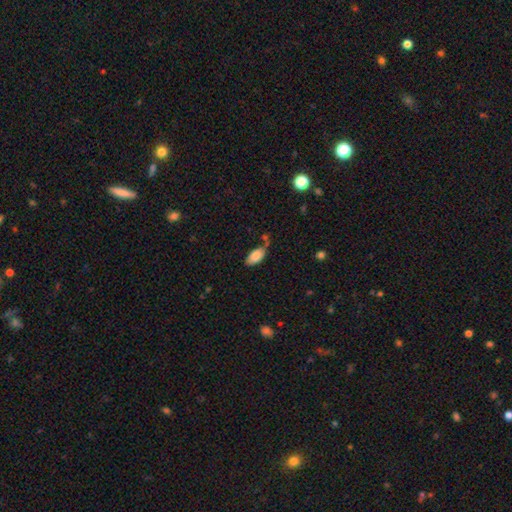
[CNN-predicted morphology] smooth-or-featured: smooth: 85% | featured or disk: 8% | star or artifact: 7%
  how-rounded: in between: 94% | cigar-shaped: 4% | round: 3%
  merging: none: 58% | minor disturbance: 24% | merger: 12% | major disturbance: 7%